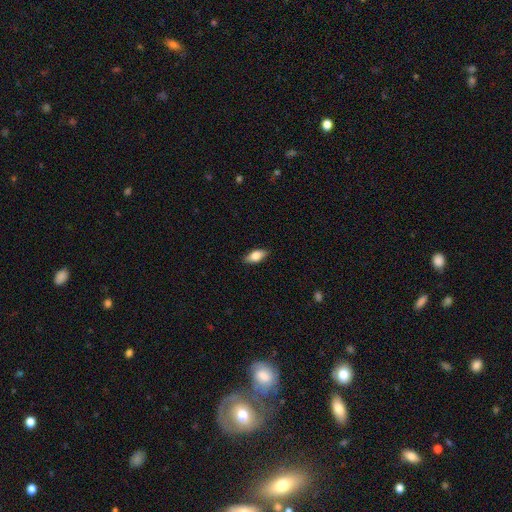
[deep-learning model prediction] Q: Smooth or featured?
A: smooth (78%); runner-up: featured or disk (15%)
Q: How rounded?
A: in between (85%); runner-up: cigar-shaped (11%)
Q: Merging?
A: none (87%); runner-up: minor disturbance (10%)